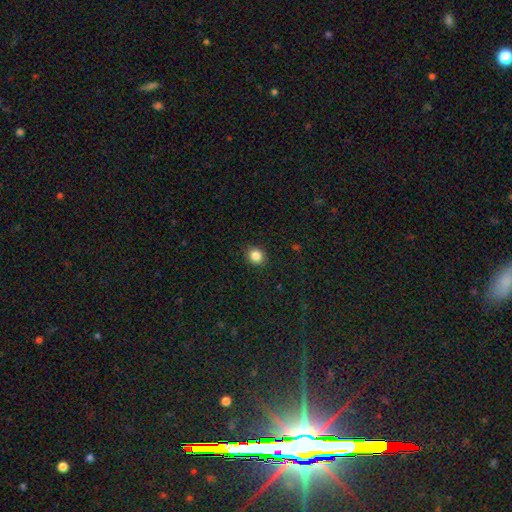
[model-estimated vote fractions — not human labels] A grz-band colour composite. It shows a smooth galaxy with no disk features (85%) that is round (81%). Merging: none (90%).